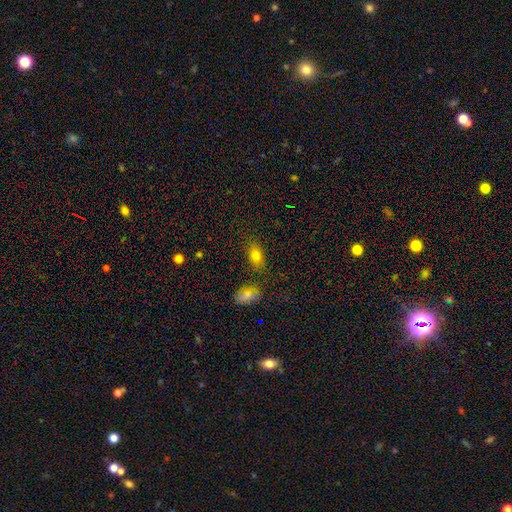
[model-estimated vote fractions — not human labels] Morphology: type=smooth (80%); roundness=in between (86%); merging=none (79%).